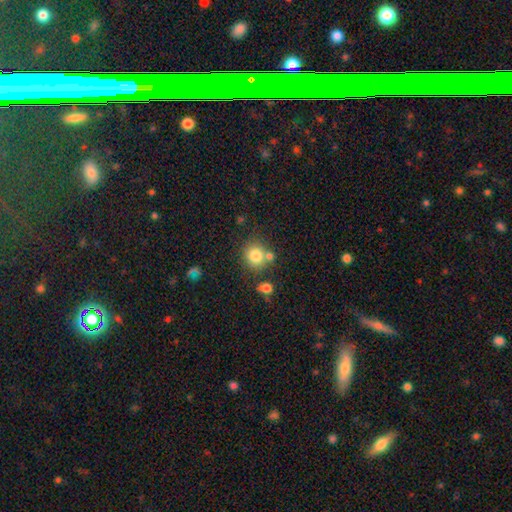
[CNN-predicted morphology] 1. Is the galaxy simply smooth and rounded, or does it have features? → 80% smooth, 11% star or artifact, 8% featured or disk.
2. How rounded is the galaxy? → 84% round, 15% in between, 1% cigar-shaped.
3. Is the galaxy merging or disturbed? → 67% none, 18% merger, 11% minor disturbance, 4% major disturbance.